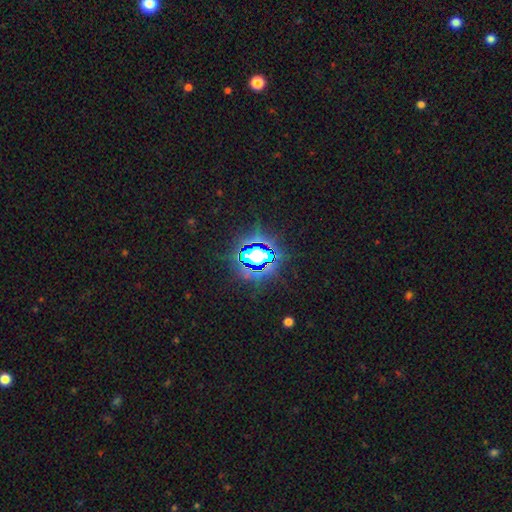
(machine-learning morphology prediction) Smooth or featured? star or artifact (73%)